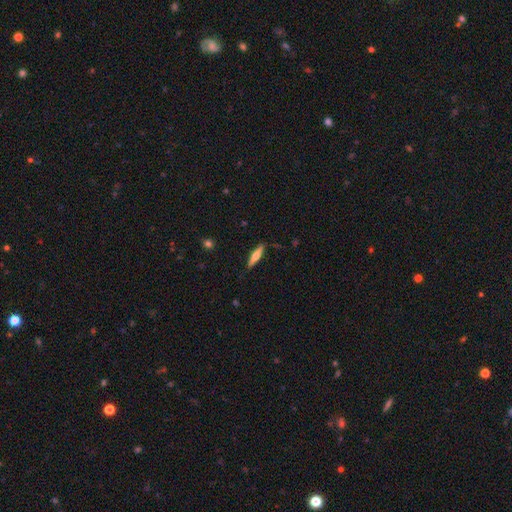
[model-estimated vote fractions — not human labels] smooth-or-featured: featured or disk: 51% | smooth: 43% | star or artifact: 6%
  disk-edge-on: yes: 95% | no: 5%
  merging: none: 88% | minor disturbance: 9% | major disturbance: 2% | merger: 1%